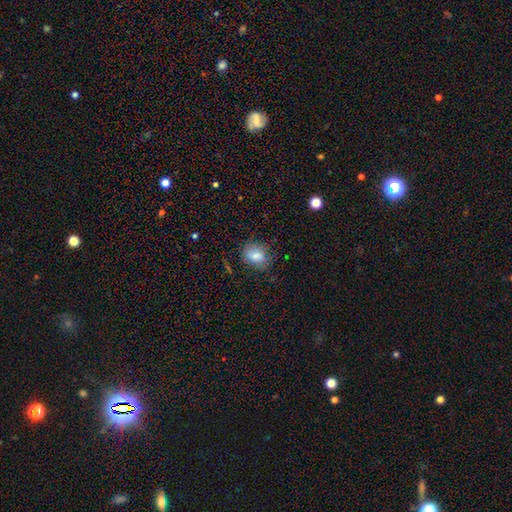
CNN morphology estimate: Smooth or featured? smooth (81%)
How rounded? in between (61%)
Merging? none (74%)